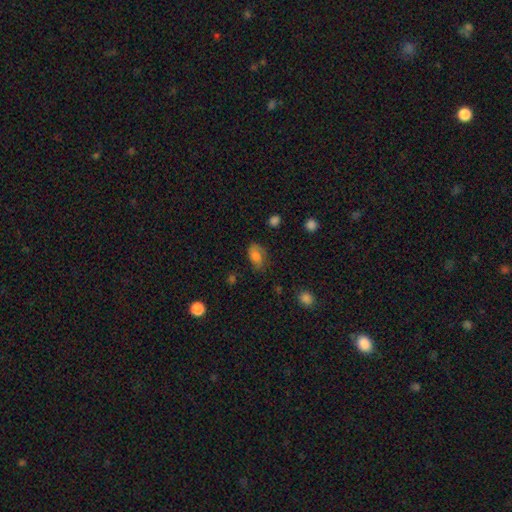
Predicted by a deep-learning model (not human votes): This is likely a smooth galaxy (70%). How rounded: clearly in between (88%). Merging: likely none (62%).